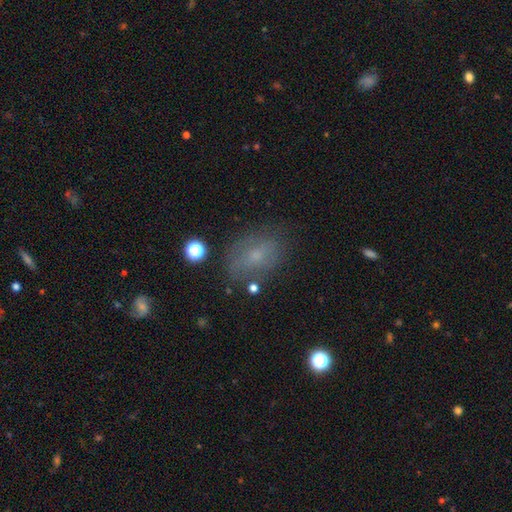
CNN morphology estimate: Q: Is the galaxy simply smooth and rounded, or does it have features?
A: smooth — 55%.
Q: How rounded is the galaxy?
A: in between — 78%.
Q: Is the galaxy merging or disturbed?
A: none — 69%.